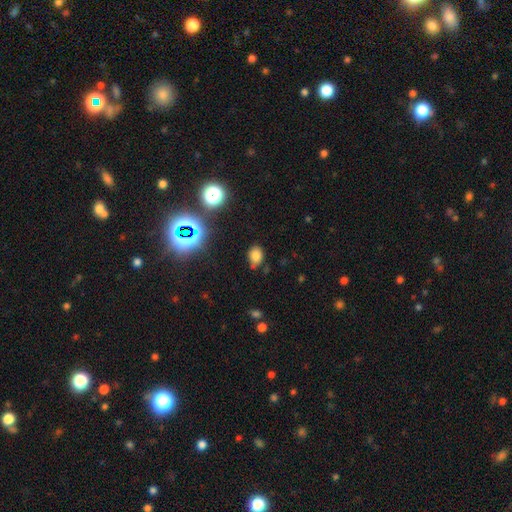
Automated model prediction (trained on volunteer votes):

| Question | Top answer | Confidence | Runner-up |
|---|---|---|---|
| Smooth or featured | smooth | 74% | star or artifact (18%) |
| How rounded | in between | 66% | round (33%) |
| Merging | none | 65% | minor disturbance (26%) |